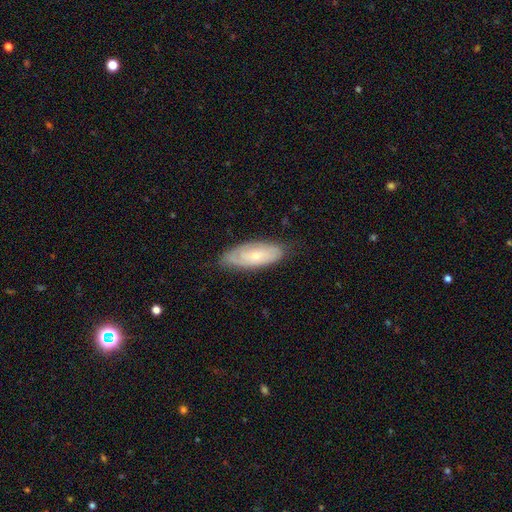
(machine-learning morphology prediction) This is possibly a smooth galaxy (47%). Merging: likely none (76%).